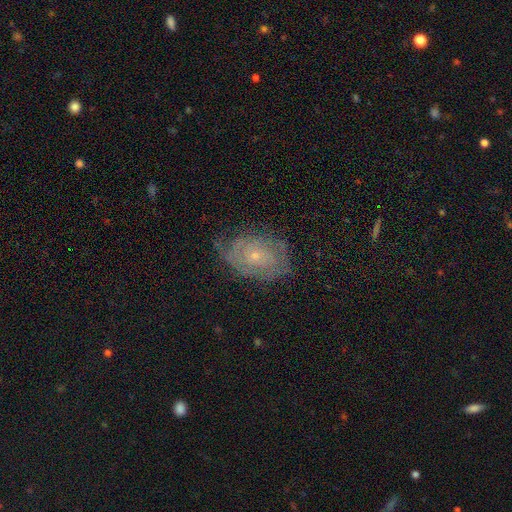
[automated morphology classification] Q: Smooth or featured?
A: featured or disk (69%); runner-up: smooth (21%)
Q: Edge-on disk?
A: no (96%); runner-up: yes (4%)
Q: Bar?
A: no (81%); runner-up: weak (16%)
Q: Spiral arms?
A: yes (83%); runner-up: no (17%)
Q: Spiral winding?
A: tight (66%); runner-up: medium (25%)
Q: Spiral arm count?
A: can't tell (53%); runner-up: 2 (22%)
Q: Bulge size?
A: small (74%); runner-up: moderate (22%)
Q: Merging?
A: none (66%); runner-up: minor disturbance (23%)